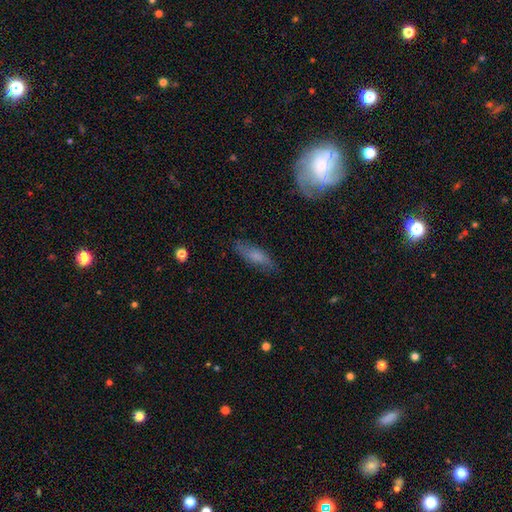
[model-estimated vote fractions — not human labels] smooth-or-featured: smooth: 65% | featured or disk: 28% | star or artifact: 8%
  how-rounded: in between: 50% | cigar-shaped: 48% | round: 2%
  merging: none: 78% | minor disturbance: 16% | major disturbance: 5% | merger: 2%